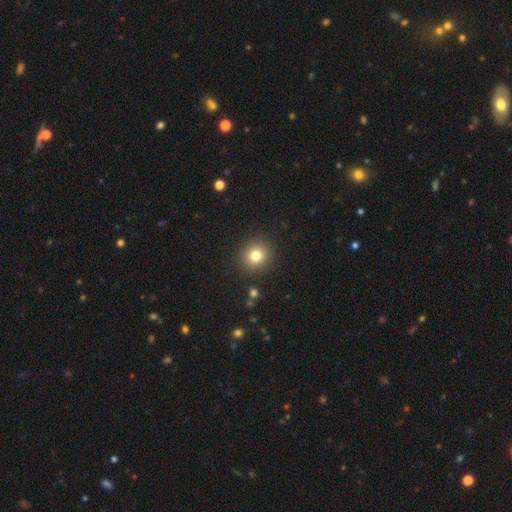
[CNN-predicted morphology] The model was most divided on "smooth or featured": smooth: 80%, star or artifact: 12%, featured or disk: 8%. More confident: merging — none (90%); how rounded — round (90%).